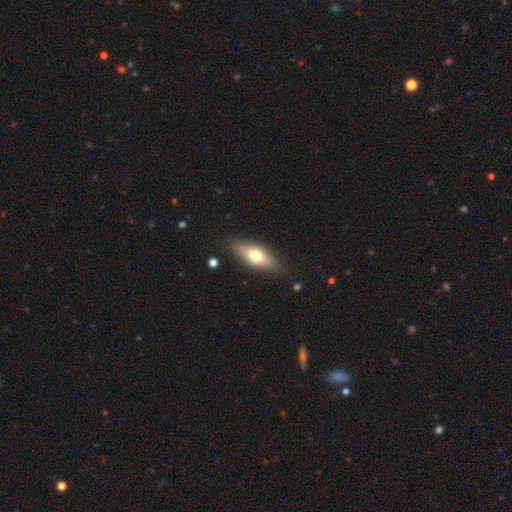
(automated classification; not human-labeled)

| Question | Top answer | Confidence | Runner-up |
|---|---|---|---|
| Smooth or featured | smooth | 64% | featured or disk (29%) |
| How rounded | in between | 68% | cigar-shaped (28%) |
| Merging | none | 82% | minor disturbance (13%) |